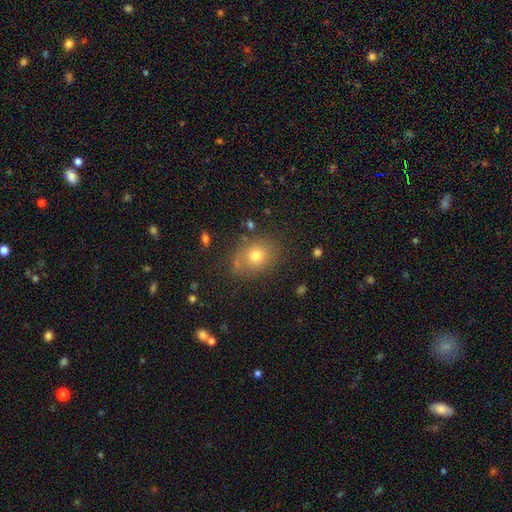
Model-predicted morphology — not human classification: Smooth or featured: smooth — 72% (star or artifact — 14%)
How rounded: round — 51% (in between — 48%)
Merging: none — 73% (minor disturbance — 16%)